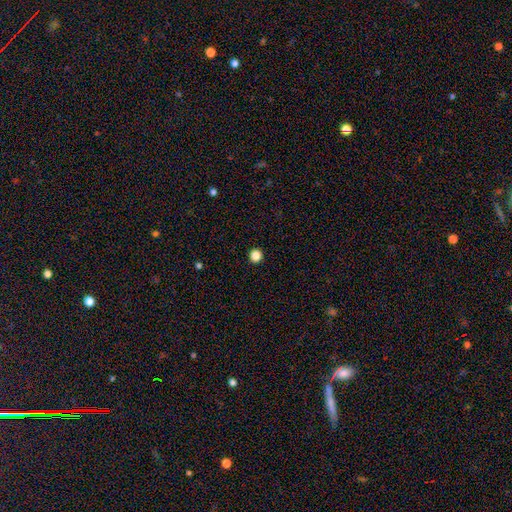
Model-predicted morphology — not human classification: smooth-or-featured: smooth: 86% | star or artifact: 11% | featured or disk: 3%
  how-rounded: round: 94% | in between: 5% | cigar-shaped: 1%
  merging: none: 94% | minor disturbance: 4% | major disturbance: 1% | merger: 1%